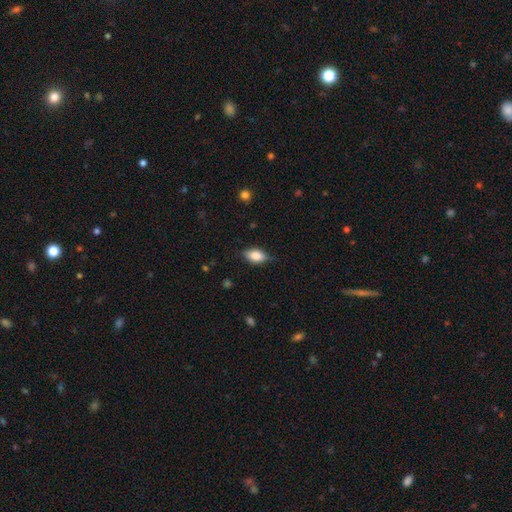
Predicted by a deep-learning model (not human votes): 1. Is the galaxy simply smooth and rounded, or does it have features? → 77% smooth, 15% featured or disk, 8% star or artifact.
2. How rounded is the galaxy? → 87% in between, 8% round, 5% cigar-shaped.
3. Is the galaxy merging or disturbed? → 76% none, 19% minor disturbance, 4% major disturbance, 1% merger.